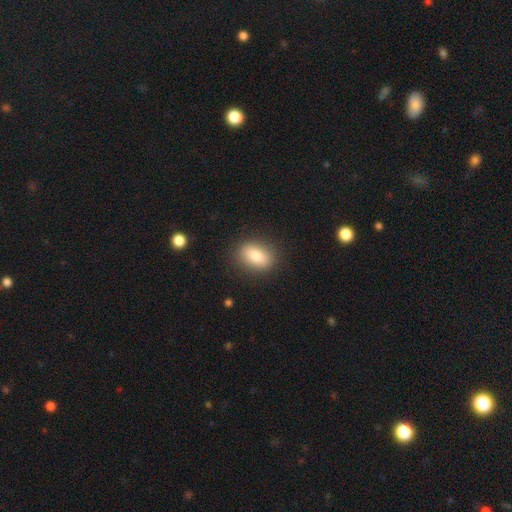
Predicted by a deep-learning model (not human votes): Smooth or featured? Predicted: smooth (p=0.82). How rounded? Predicted: in between (p=0.80). Merging? Predicted: none (p=0.87).